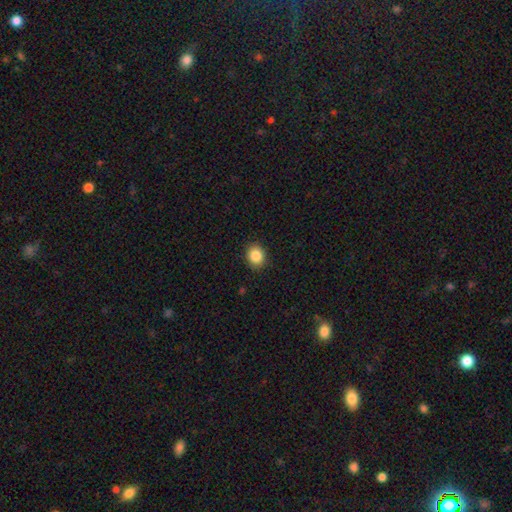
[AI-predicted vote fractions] smooth 86%, star or artifact 9%, featured or disk 4%. Down the decision tree: how rounded — round (70%); merging — none (90%).